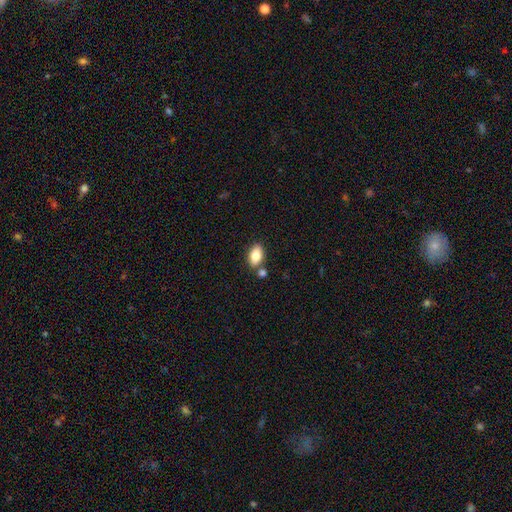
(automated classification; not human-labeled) Smooth or featured? Predicted: smooth (p=0.83). How rounded? Predicted: in between (p=0.91). Merging? Predicted: none (p=0.72).